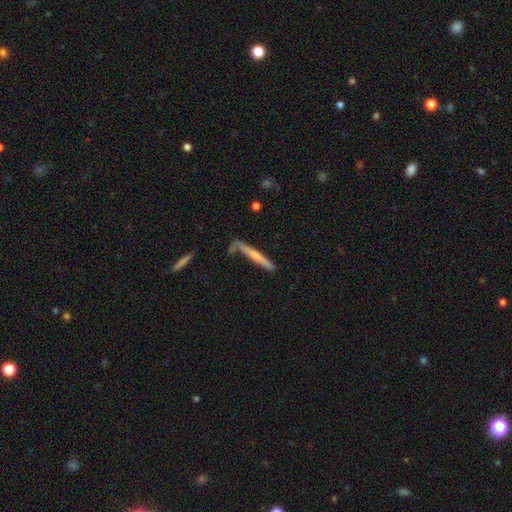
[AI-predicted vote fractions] The model was most divided on "smooth or featured": smooth: 48%, featured or disk: 46%, star or artifact: 6%. More confident: merging — none (60%).